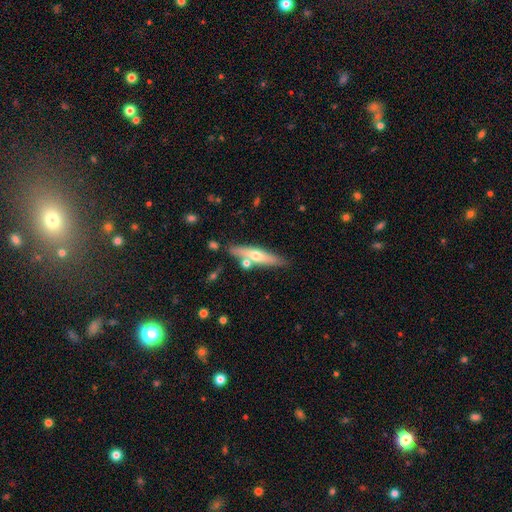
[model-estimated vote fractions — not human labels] This is possibly a smooth galaxy (48%). Merging: likely none (75%).